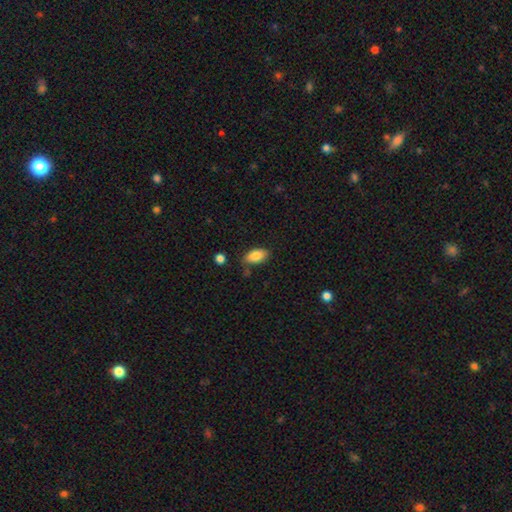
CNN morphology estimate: The model was most divided on "merging": none: 74%, minor disturbance: 18%, merger: 4%, major disturbance: 4%. More confident: how rounded — in between (92%); smooth or featured — smooth (85%).